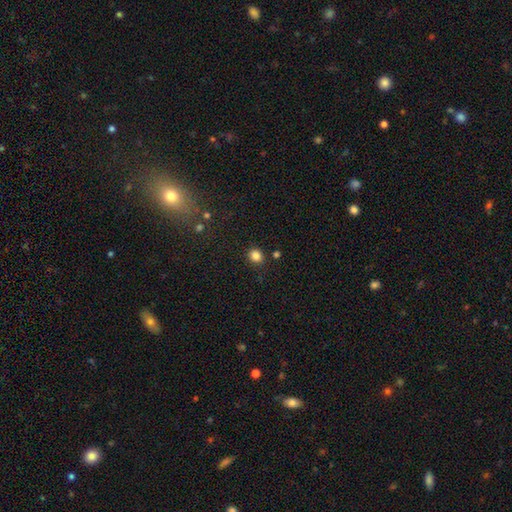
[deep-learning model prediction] Smooth or featured: smooth — 84% (star or artifact — 12%)
How rounded: round — 73% (in between — 26%)
Merging: none — 86% (minor disturbance — 9%)